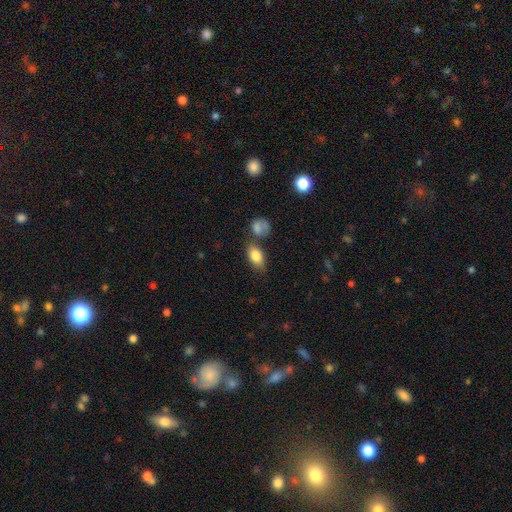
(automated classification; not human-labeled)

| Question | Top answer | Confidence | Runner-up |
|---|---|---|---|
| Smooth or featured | smooth | 82% | featured or disk (11%) |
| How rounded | in between | 88% | round (8%) |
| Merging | none | 62% | minor disturbance (16%) |